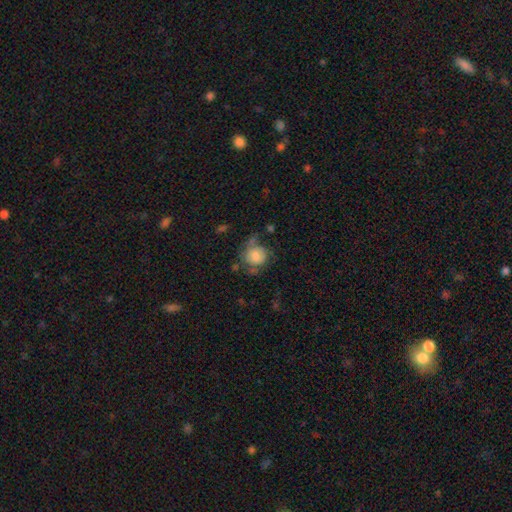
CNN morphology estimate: smooth_or_featured: smooth (p=0.64) [alt: featured or disk p=0.28]
how_rounded: round (p=0.80) [alt: in between p=0.19]
merging: none (p=0.45) [alt: minor disturbance p=0.27]